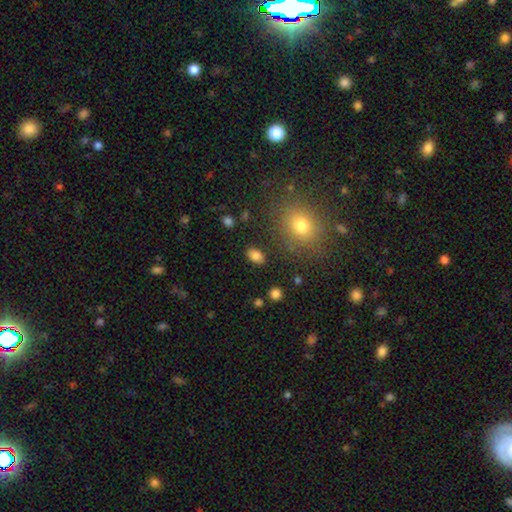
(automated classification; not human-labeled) A smooth galaxy with no disk features (83%) that is in between round and cigar-shaped (85%).

Vote fractions:
- Smooth or featured? smooth: 83% / star or artifact: 10% / featured or disk: 7%
- How rounded? in between: 85% / round: 13% / cigar-shaped: 2%
- Merging? none: 85% / minor disturbance: 9% / major disturbance: 3% / merger: 2%